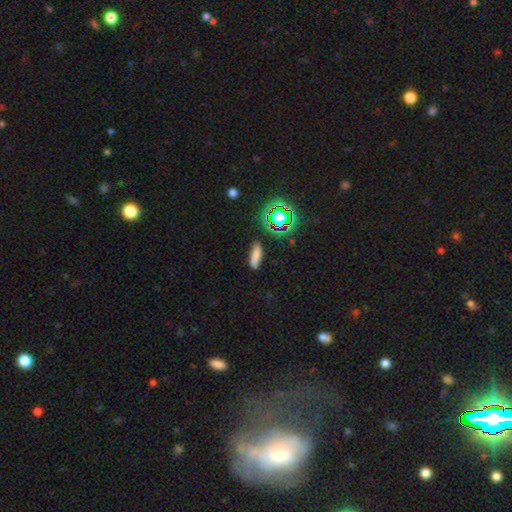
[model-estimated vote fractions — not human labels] This is likely a smooth galaxy (75%). How rounded: possibly in between (51%). Merging: likely none (76%).